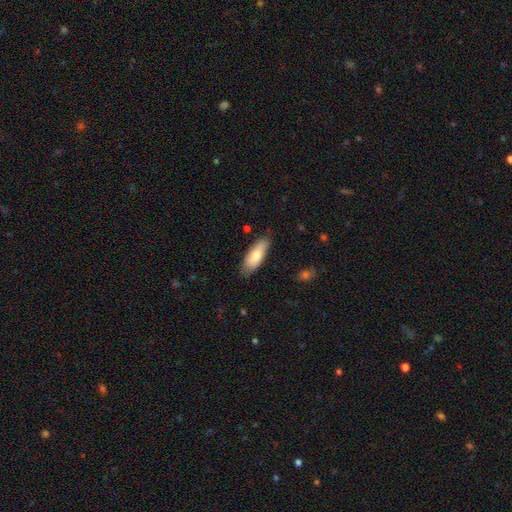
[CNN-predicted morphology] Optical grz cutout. It shows a smooth galaxy with no disk features (79%) that is in between round and cigar-shaped (71%). Merging: none (79%).